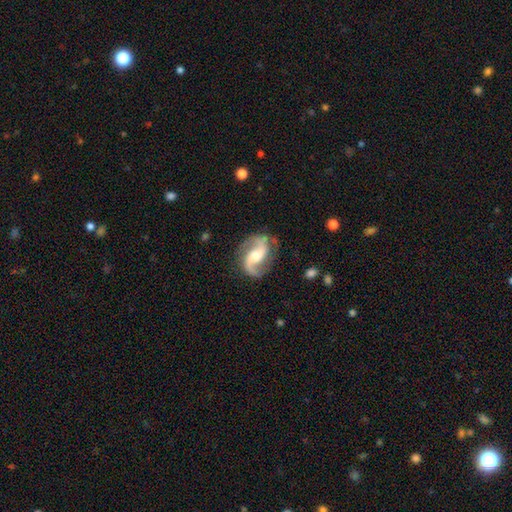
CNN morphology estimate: Smooth or featured: featured or disk — 90% (smooth — 5%)
Edge-on disk: no — 98% (yes — 2%)
Bar: weak — 42% (no — 41%)
Spiral arms: yes — 98% (no — 2%)
Spiral winding: medium — 48% (loose — 41%)
Spiral arm count: 2 — 94% (can't tell — 2%)
Bulge size: moderate — 58% (small — 22%)
Merging: none — 81% (minor disturbance — 12%)